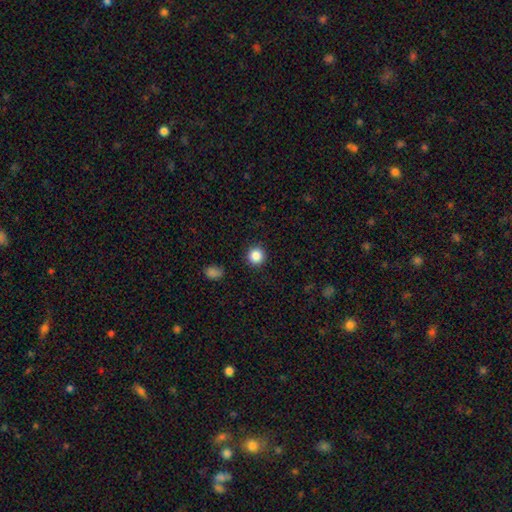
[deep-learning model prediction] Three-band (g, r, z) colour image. It shows a smooth galaxy with no disk features (86%) that is round (94%). Merging: none (91%).